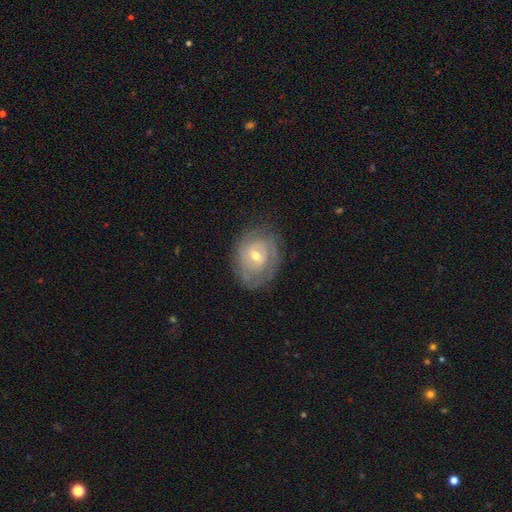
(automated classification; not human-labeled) A featured or disk galaxy (68%) with no bar (52%), spiral arms (74%) and a moderate central bulge (52%).

Vote fractions:
- Smooth or featured? featured or disk: 68% / smooth: 25% / star or artifact: 7%
- Edge-on disk? no: 96% / yes: 4%
- Bar? no: 52% / weak: 40% / strong: 8%
- Spiral arms? yes: 74% / no: 26%
- Bulge size? moderate: 52% / small: 44% / large: 2% / none: 1% / dominant: 1%
- Merging? none: 72% / minor disturbance: 19% / major disturbance: 7% / merger: 1%